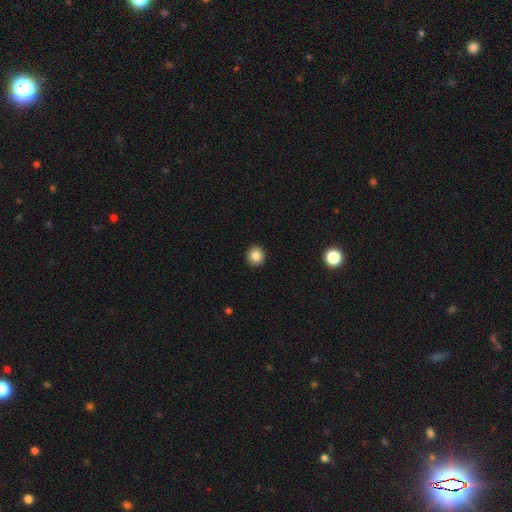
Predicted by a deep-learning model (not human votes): This is clearly a smooth galaxy (85%). How rounded: clearly round (89%). Merging: clearly none (93%).